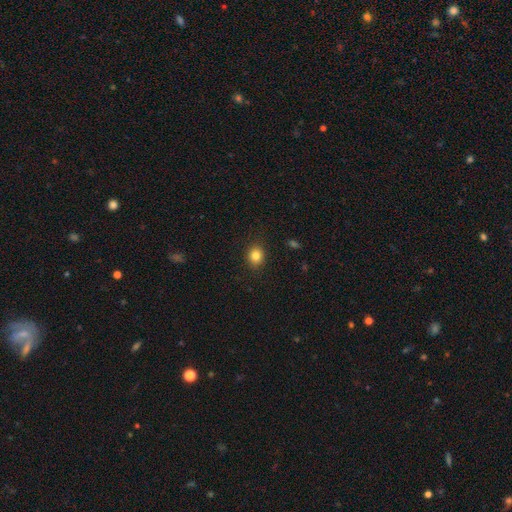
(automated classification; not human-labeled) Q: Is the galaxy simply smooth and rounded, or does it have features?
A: smooth — 83%.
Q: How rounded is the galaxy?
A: round — 69%.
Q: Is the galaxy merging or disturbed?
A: none — 90%.